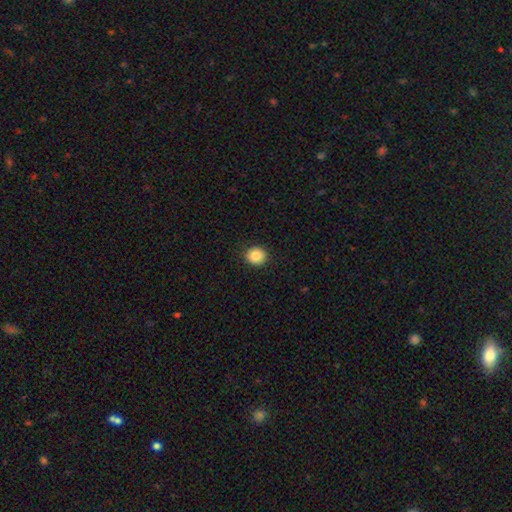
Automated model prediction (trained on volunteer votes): This is clearly a smooth galaxy (86%). How rounded: clearly round (83%). Merging: clearly none (91%).